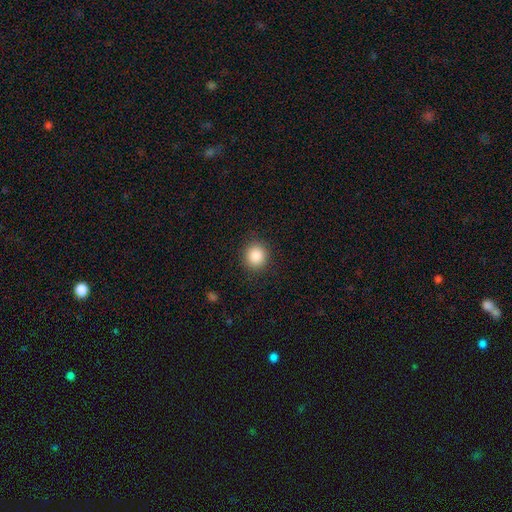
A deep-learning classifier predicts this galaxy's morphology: type=smooth (87%); roundness=round (88%); merging=none (89%).